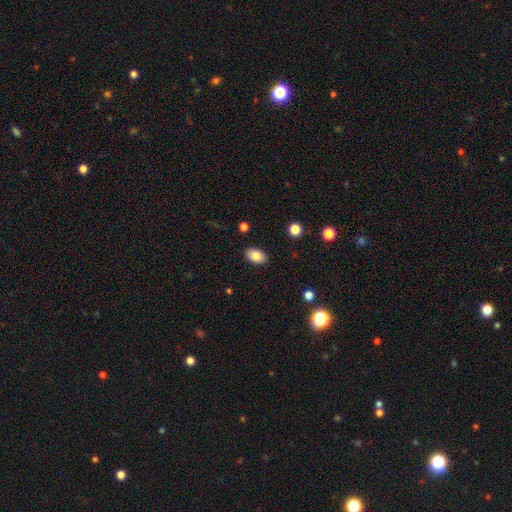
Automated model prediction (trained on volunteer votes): smooth-or-featured: smooth: 83% | featured or disk: 9% | star or artifact: 8%
  how-rounded: in between: 88% | round: 10% | cigar-shaped: 1%
  merging: none: 89% | minor disturbance: 8% | major disturbance: 2% | merger: 1%